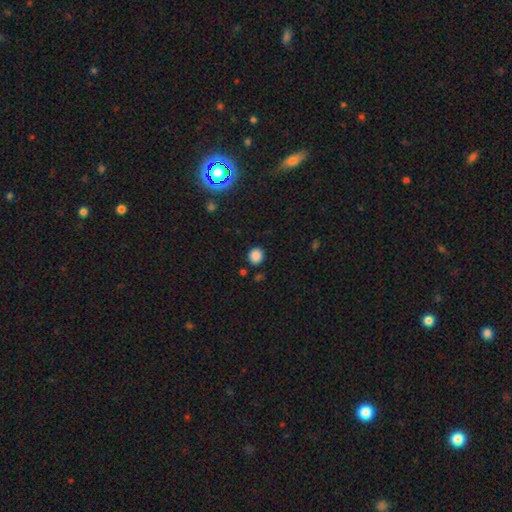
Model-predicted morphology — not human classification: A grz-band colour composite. It shows a smooth galaxy with no disk features (86%) that is round (86%). Merging: none (87%).